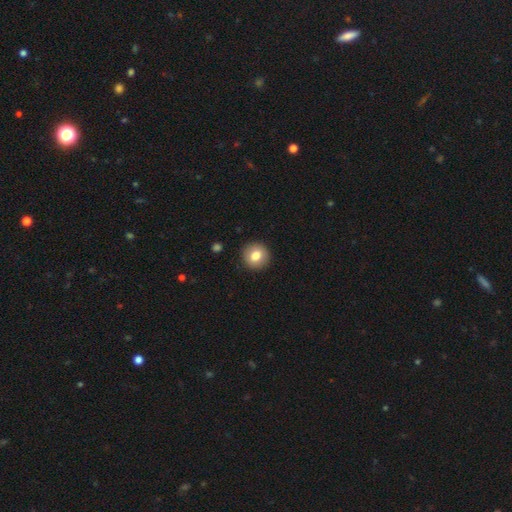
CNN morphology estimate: Smooth or featured? smooth (81%)
How rounded? round (91%)
Merging? none (91%)